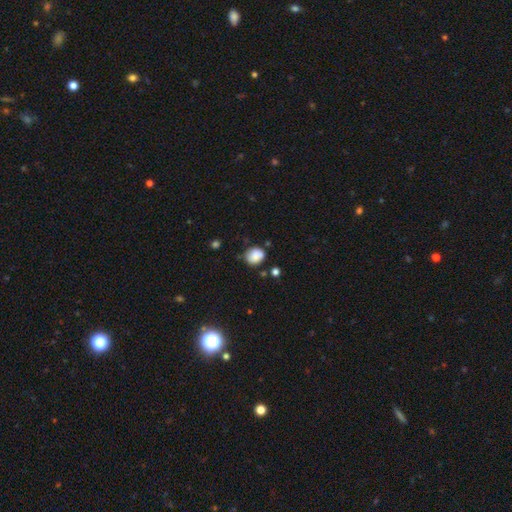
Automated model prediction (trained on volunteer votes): Smooth or featured? smooth (81%)
How rounded? round (67%)
Merging? none (61%)